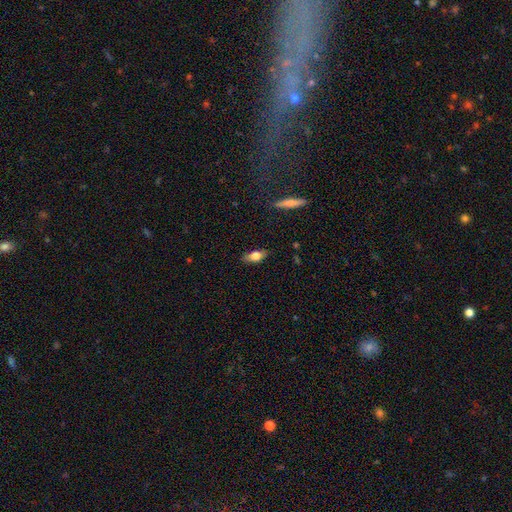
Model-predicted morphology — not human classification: Overall: smooth (69%). How rounded: in between (75%). Merging: none (82%).